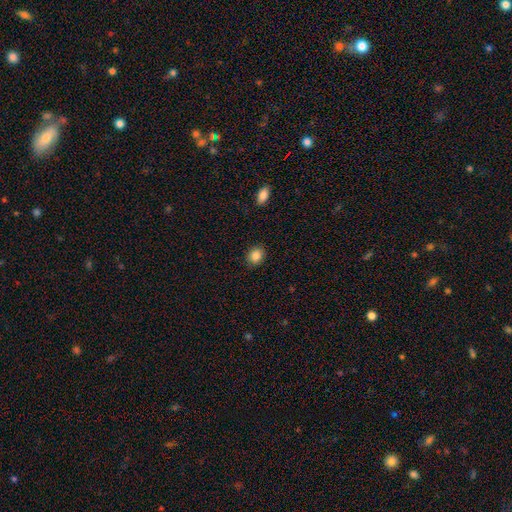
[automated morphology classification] Smooth or featured: smooth — 86% (star or artifact — 9%)
How rounded: round — 60% (in between — 39%)
Merging: none — 89% (minor disturbance — 8%)